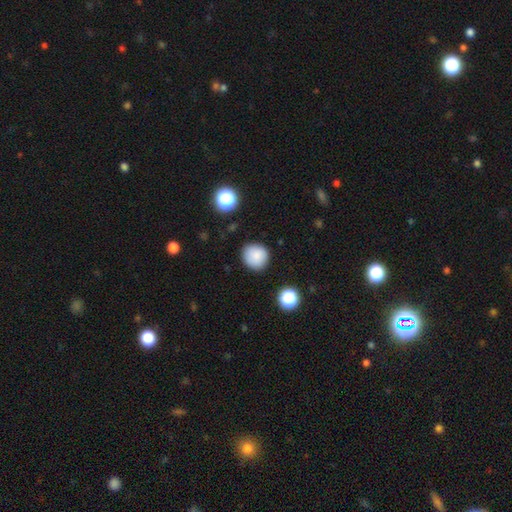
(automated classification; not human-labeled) Smooth or featured?
  - smooth: 85% *
  - star or artifact: 10%
  - featured or disk: 5%
How rounded?
  - round: 91% *
  - in between: 8%
  - cigar-shaped: 1%
Merging?
  - none: 85% *
  - minor disturbance: 10%
  - major disturbance: 3%
  - merger: 2%